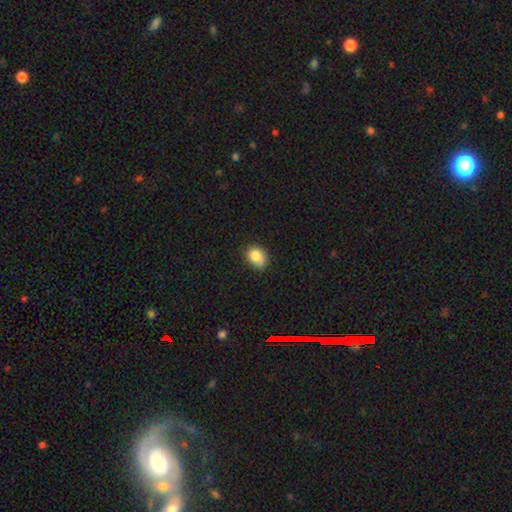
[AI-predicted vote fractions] Smooth or featured: smooth — 83% (star or artifact — 10%)
How rounded: in between — 63% (round — 36%)
Merging: none — 69% (minor disturbance — 25%)